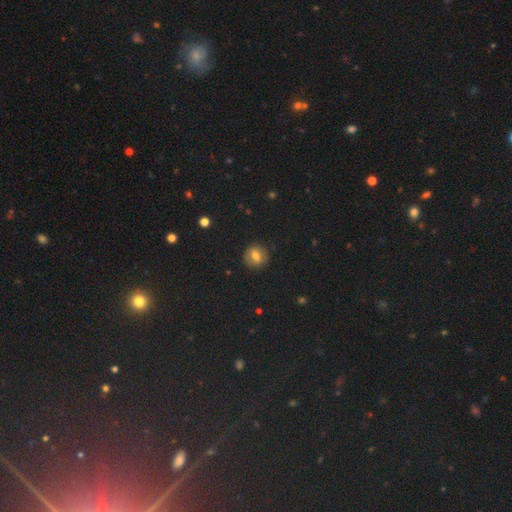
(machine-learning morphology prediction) A smooth galaxy with no disk features (72%) that is round (86%).

Vote fractions:
- Smooth or featured? smooth: 72% / featured or disk: 15% / star or artifact: 13%
- How rounded? round: 86% / in between: 12% / cigar-shaped: 1%
- Merging? none: 87% / minor disturbance: 9% / major disturbance: 3% / merger: 1%